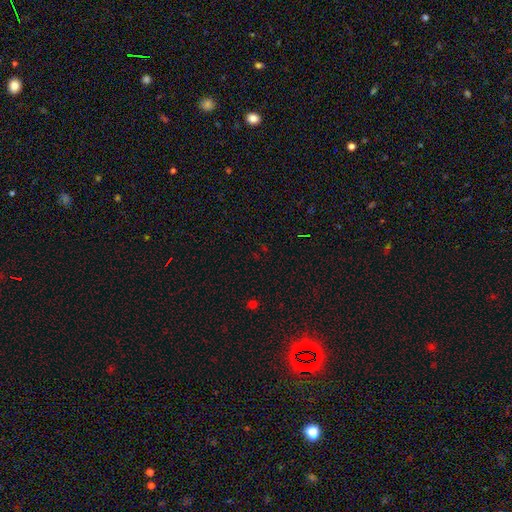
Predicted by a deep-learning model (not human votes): A star or artifact, not a galaxy (65%).

Vote fractions:
- Smooth or featured? star or artifact: 65% / smooth: 27% / featured or disk: 8%